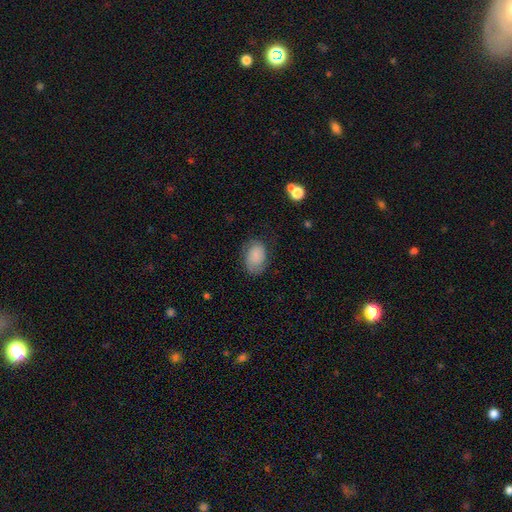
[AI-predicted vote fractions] Smooth or featured? smooth (77%)
How rounded? in between (81%)
Merging? none (67%)